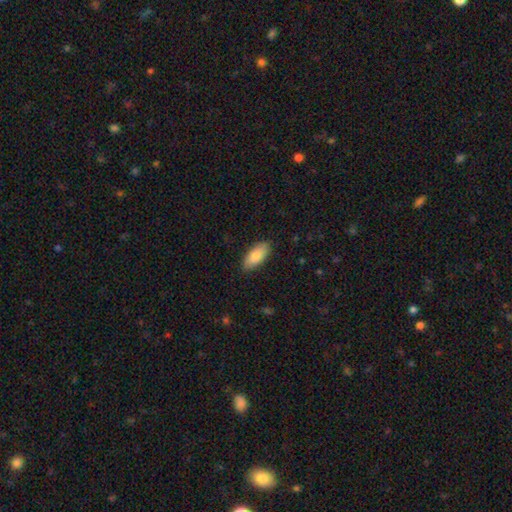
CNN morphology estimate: Smooth or featured?
  - smooth: 82% *
  - featured or disk: 12%
  - star or artifact: 6%
How rounded?
  - in between: 86% *
  - cigar-shaped: 12%
  - round: 2%
Merging?
  - none: 87% *
  - minor disturbance: 10%
  - major disturbance: 2%
  - merger: 1%